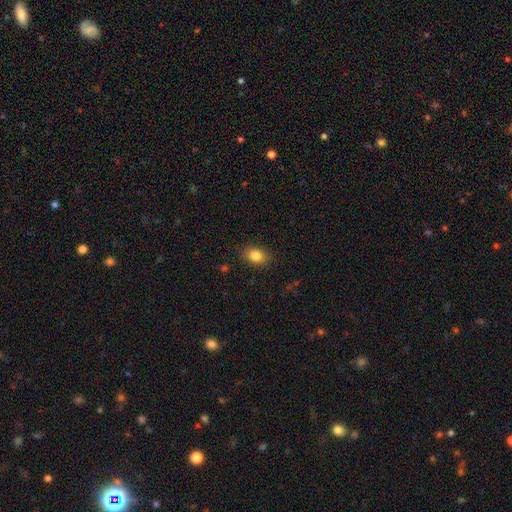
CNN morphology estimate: Smooth or featured? smooth (83%)
How rounded? in between (72%)
Merging? none (87%)